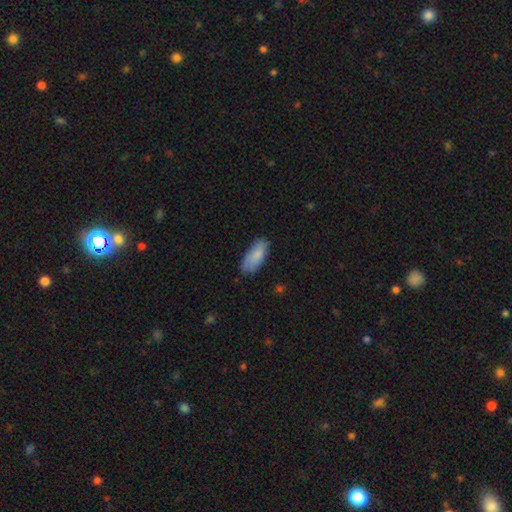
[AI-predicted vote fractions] Smooth or featured? Predicted: smooth (p=0.83). How rounded? Predicted: in between (p=0.85). Merging? Predicted: none (p=0.73).